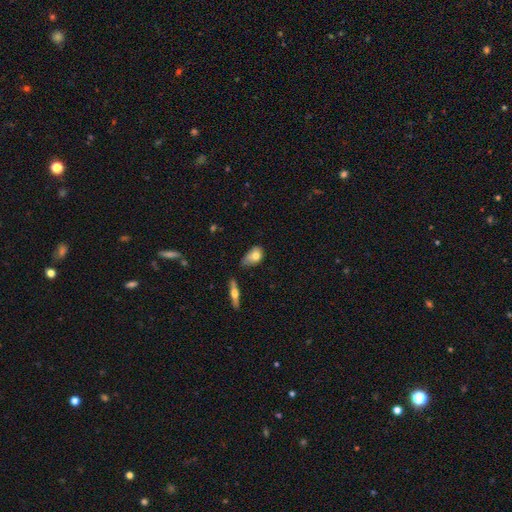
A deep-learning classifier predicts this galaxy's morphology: This is likely a smooth galaxy (68%). How rounded: clearly in between (81%). Merging: marginally minor disturbance (40%).